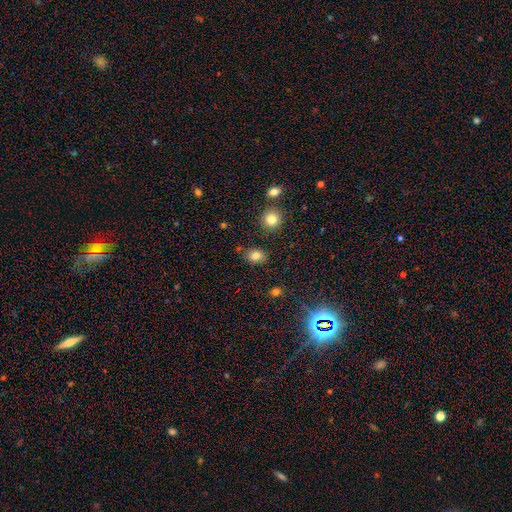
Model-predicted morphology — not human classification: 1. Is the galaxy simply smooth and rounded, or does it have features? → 78% smooth, 13% star or artifact, 8% featured or disk.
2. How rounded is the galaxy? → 59% in between, 40% round, 1% cigar-shaped.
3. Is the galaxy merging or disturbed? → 83% none, 11% minor disturbance, 4% merger, 3% major disturbance.